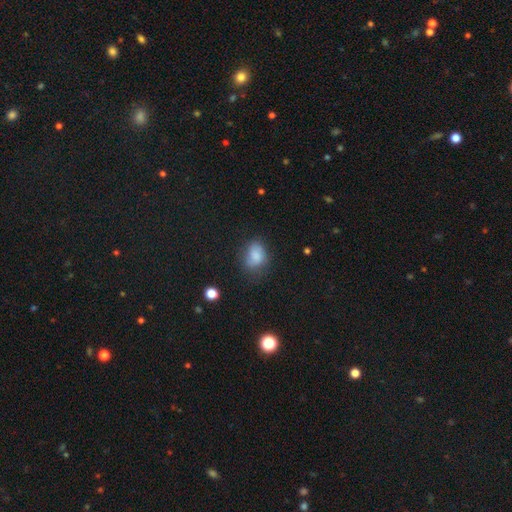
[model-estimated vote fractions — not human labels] This is likely a smooth galaxy (78%). How rounded: likely in between (66%). Merging: possibly none (52%).